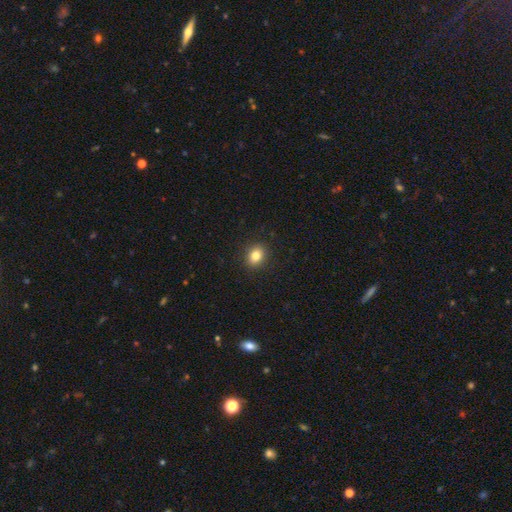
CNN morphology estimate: This appears to be a smooth galaxy with no disk features (82%) that is round (51%). Merging: none (91%).